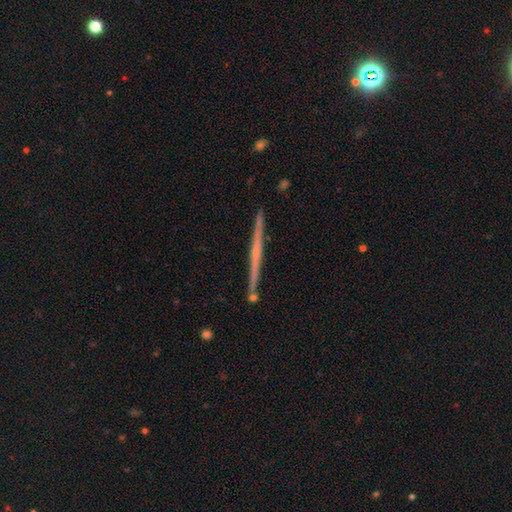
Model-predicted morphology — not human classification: smooth-or-featured: featured or disk: 70% | smooth: 25% | star or artifact: 5%
  disk-edge-on: yes: 98% | no: 2%
    edge-on-bulge: none: 67% | rounded: 25% | boxy: 7%
  merging: none: 89% | minor disturbance: 7% | merger: 3% | major disturbance: 1%